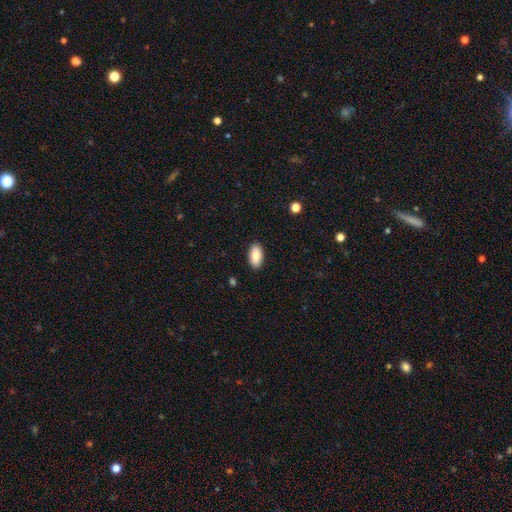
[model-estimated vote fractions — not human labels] The model was most divided on "smooth or featured": smooth: 86%, featured or disk: 8%, star or artifact: 7%. More confident: how rounded — in between (93%); merging — none (89%).